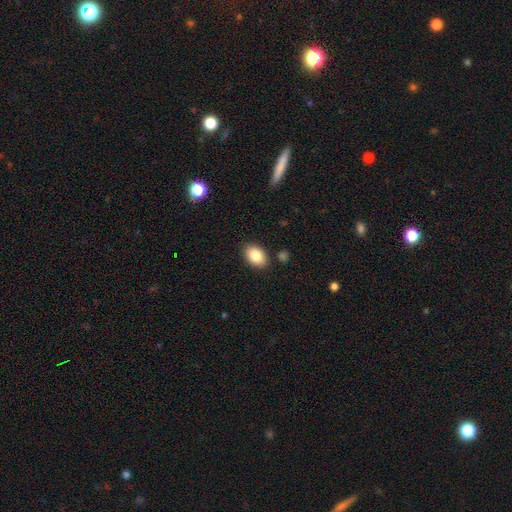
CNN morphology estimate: smooth 85%, featured or disk 8%, star or artifact 7%. Down the decision tree: how rounded — in between (86%); merging — none (86%).